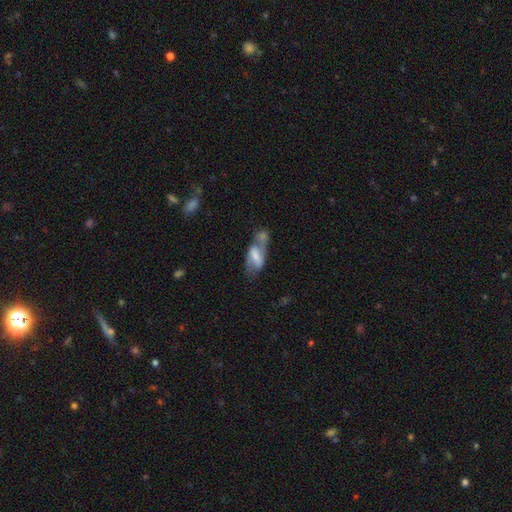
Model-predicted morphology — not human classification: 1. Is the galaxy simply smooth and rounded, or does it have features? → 52% featured or disk, 40% smooth, 8% star or artifact.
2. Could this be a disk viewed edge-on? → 90% no, 10% yes.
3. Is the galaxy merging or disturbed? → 41% merger, 30% none, 16% minor disturbance, 12% major disturbance.